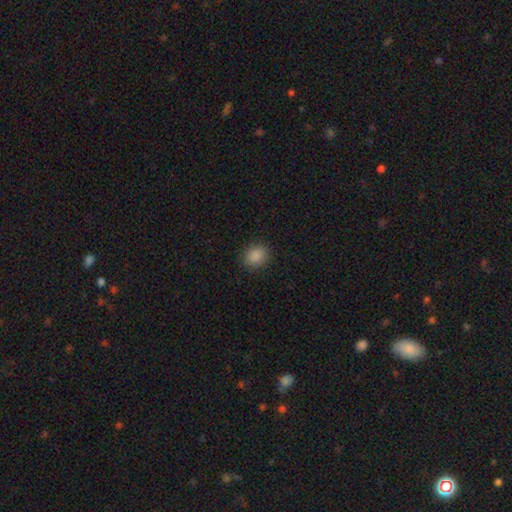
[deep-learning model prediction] A smooth galaxy with no disk features (87%) that is round (66%). Merging: none (89%).